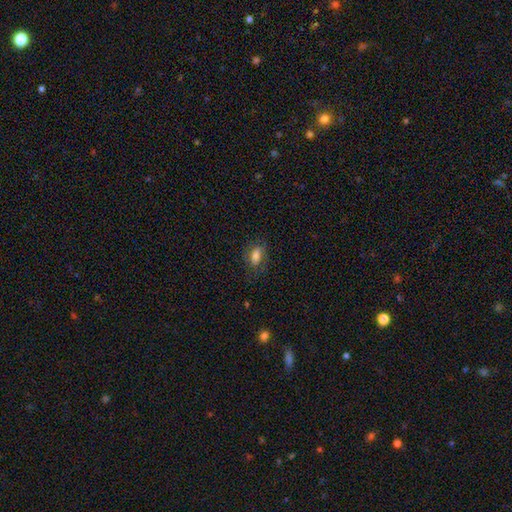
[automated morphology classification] This is likely a smooth galaxy (74%). How rounded: clearly in between (83%). Merging: likely none (71%).